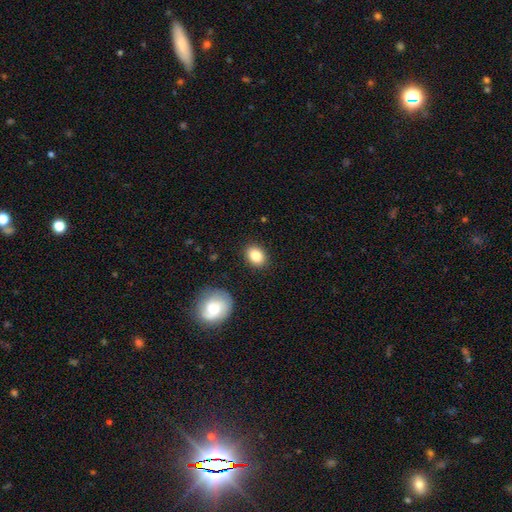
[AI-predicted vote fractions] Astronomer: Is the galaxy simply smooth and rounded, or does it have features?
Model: smooth — 84%.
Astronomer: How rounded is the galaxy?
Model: in between — 61% (runner-up: round, 38%).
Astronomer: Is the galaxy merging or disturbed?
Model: none — 88%.